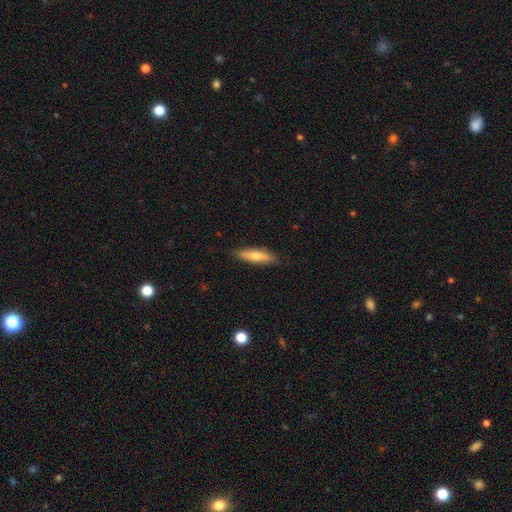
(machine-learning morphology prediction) smooth 65%, featured or disk 30%, star or artifact 6%. Down the decision tree: how rounded — cigar-shaped (72%); merging — none (85%).